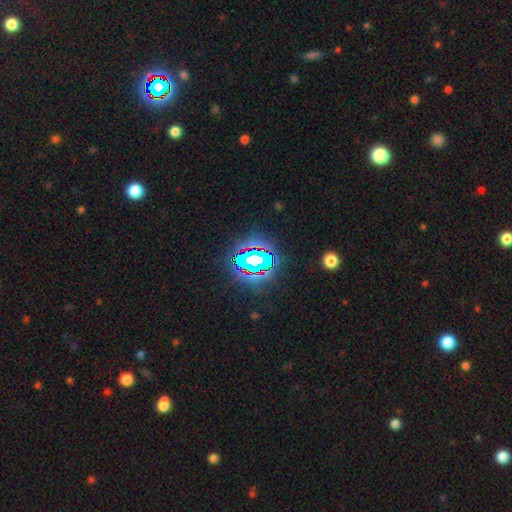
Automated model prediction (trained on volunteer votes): Smooth or featured: star or artifact — 77% (smooth — 13%)